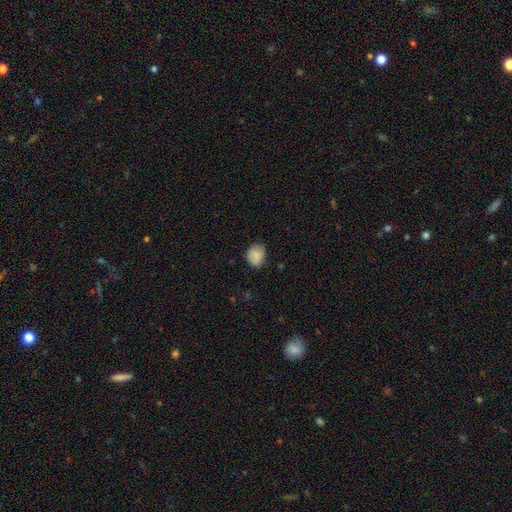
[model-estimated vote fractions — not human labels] A smooth galaxy with no disk features (83%) that is round (55%). Merging: none (68%).